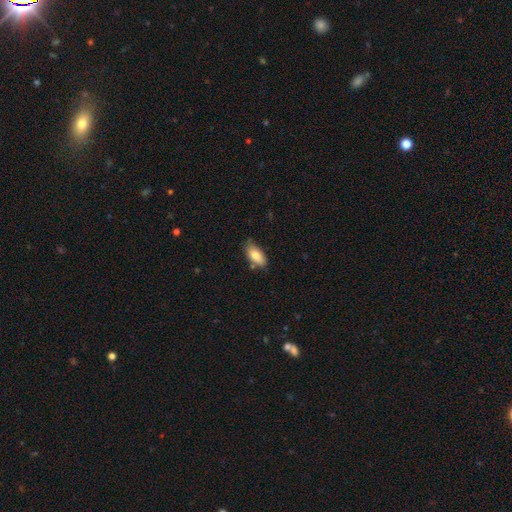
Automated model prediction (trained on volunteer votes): Morphology: type=smooth (83%); roundness=in between (90%); merging=none (72%).